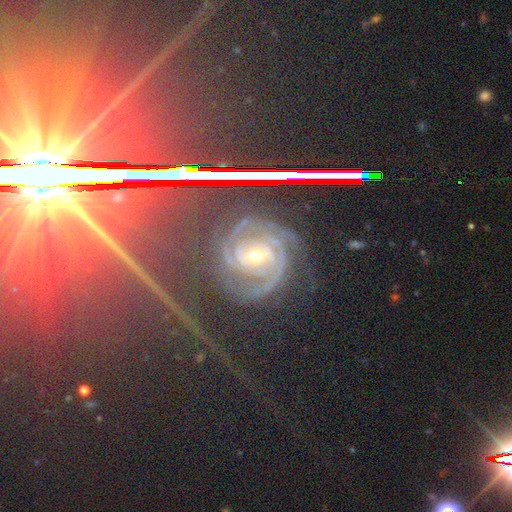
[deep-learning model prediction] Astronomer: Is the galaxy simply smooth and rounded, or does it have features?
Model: featured or disk — 81%.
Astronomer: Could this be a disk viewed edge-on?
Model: no — 97%.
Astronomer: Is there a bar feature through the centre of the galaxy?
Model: no — 51% (runner-up: weak, 28%).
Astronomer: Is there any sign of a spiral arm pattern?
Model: yes — 99%.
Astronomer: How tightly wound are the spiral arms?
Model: tight — 70%.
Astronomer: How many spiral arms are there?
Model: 3 — 38% (runner-up: 2, 25%).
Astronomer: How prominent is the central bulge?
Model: moderate — 52% (runner-up: small, 44%).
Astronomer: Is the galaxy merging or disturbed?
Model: none — 73%.